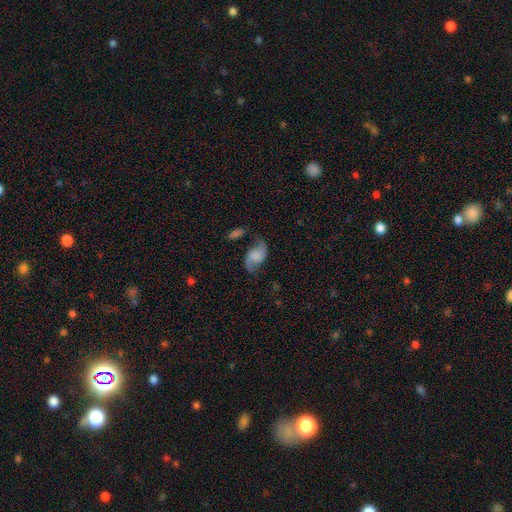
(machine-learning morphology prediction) This appears to be a featured or disk galaxy (72%) with no bar (61%), 2 (92%) loose (65%) spiral arms (94%) and no central bulge (45%). Merging: none (63%).